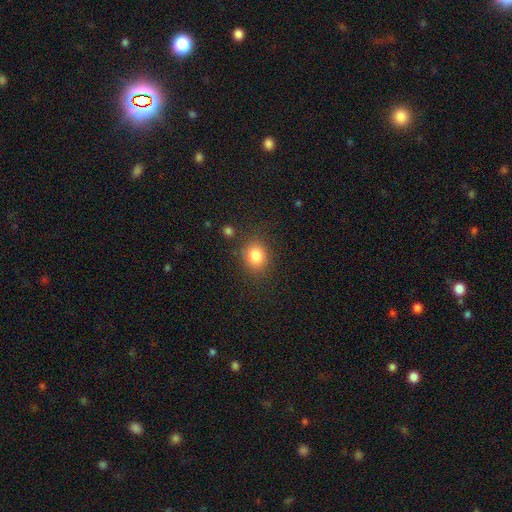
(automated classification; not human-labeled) smooth_or_featured: smooth (p=0.83) [alt: star or artifact p=0.10]
how_rounded: round (p=0.65) [alt: in between p=0.34]
merging: none (p=0.82) [alt: minor disturbance p=0.11]